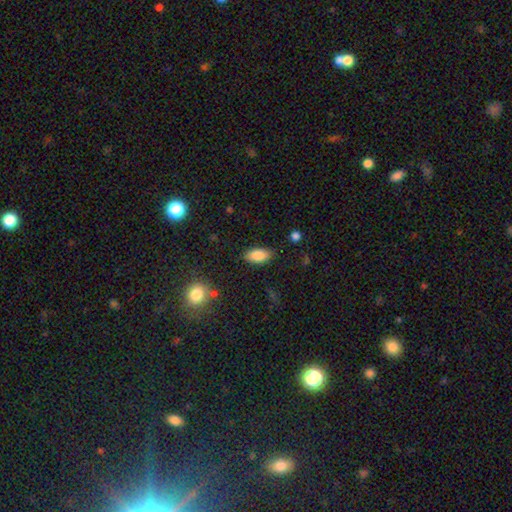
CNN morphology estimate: Q: Smooth or featured?
A: smooth (84%); runner-up: featured or disk (8%)
Q: How rounded?
A: in between (91%); runner-up: cigar-shaped (6%)
Q: Merging?
A: none (84%); runner-up: minor disturbance (11%)